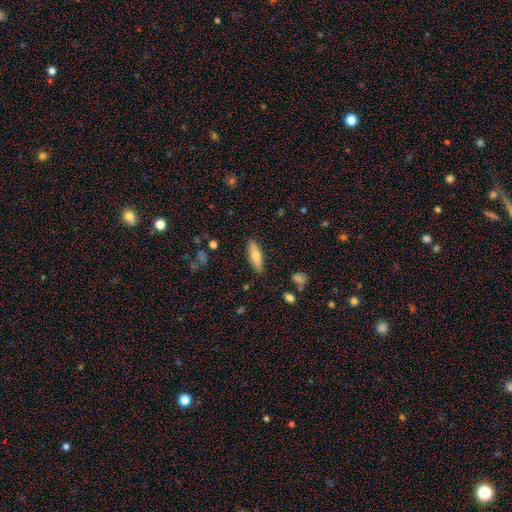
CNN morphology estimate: This appears to be a smooth galaxy with no disk features (68%) that is cigar-shaped (52%). Merging: none (86%).